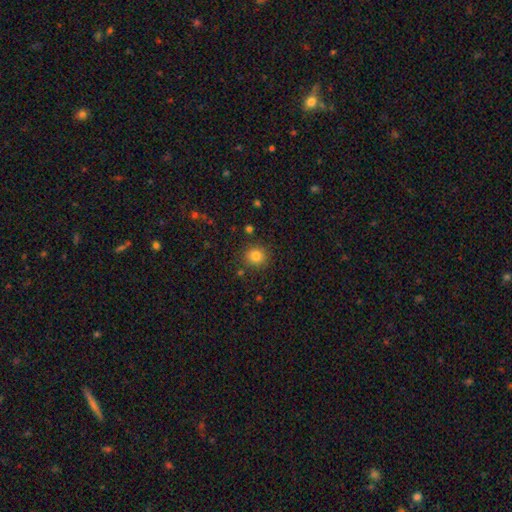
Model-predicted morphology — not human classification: A smooth galaxy with no disk features (82%) that is round (89%). Merging: none (86%).